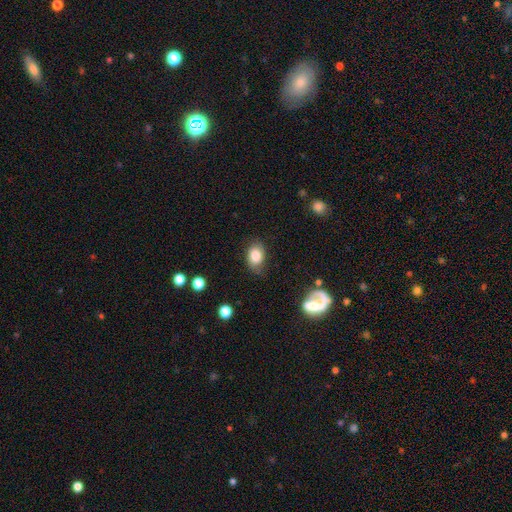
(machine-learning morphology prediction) A smooth galaxy with no disk features (80%) that is in between round and cigar-shaped (78%).

Vote fractions:
- Smooth or featured? smooth: 80% / featured or disk: 11% / star or artifact: 9%
- How rounded? in between: 78% / round: 21% / cigar-shaped: 1%
- Merging? none: 70% / minor disturbance: 23% / major disturbance: 6% / merger: 2%